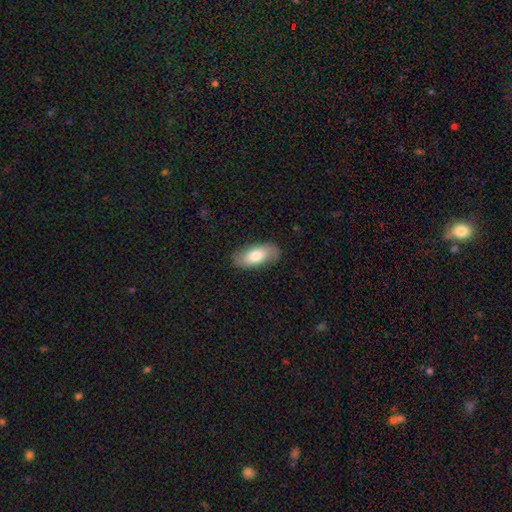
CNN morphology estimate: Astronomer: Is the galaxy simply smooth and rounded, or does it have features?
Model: smooth — 70%.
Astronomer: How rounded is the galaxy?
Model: in between — 86%.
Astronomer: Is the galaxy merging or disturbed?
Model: none — 83%.